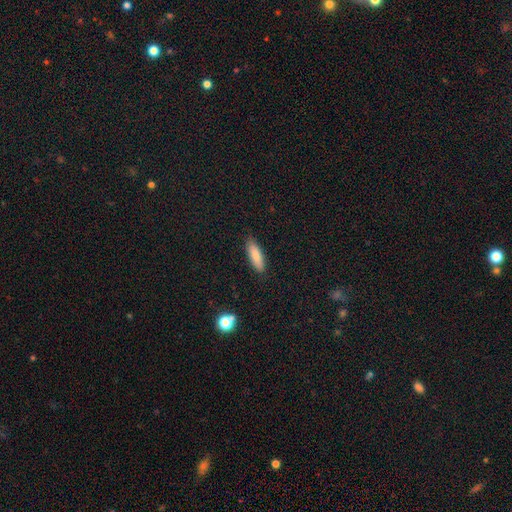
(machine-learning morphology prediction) type=smooth (82%); roundness=in between (49%, tied with cigar-shaped); merging=none (88%).